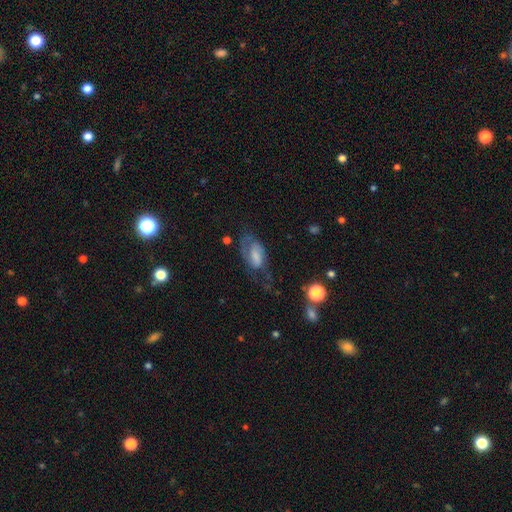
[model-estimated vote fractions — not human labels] Q: Smooth or featured?
A: featured or disk (50%); runner-up: smooth (41%)
Q: Edge-on disk?
A: no (94%); runner-up: yes (6%)
Q: Merging?
A: none (36%); tied with: major disturbance (36%)